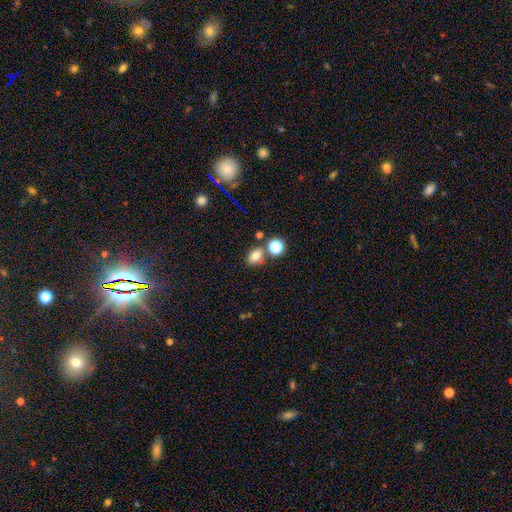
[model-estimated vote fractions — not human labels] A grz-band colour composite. It shows a smooth galaxy with no disk features (77%) that is in between round and cigar-shaped (64%). Merging: none (69%).